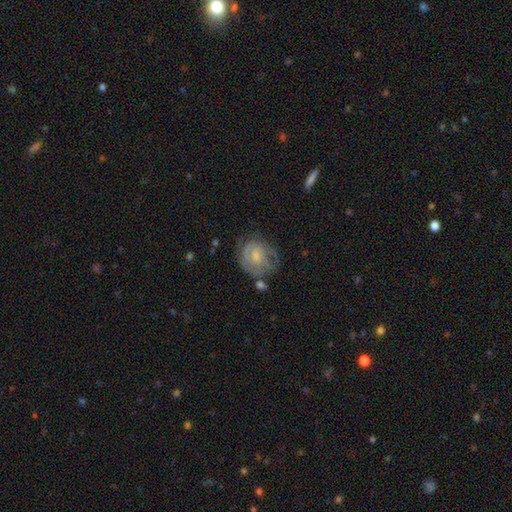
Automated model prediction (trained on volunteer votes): Smooth or featured: featured or disk — 66% (smooth — 26%)
Edge-on disk: no — 98% (yes — 2%)
Bar: no — 53% (weak — 40%)
Spiral arms: yes — 79% (no — 21%)
Spiral winding: tight — 56% (medium — 33%)
Spiral arm count: can't tell — 44% (2 — 29%)
Bulge size: small — 50% (moderate — 34%)
Merging: none — 54% (minor disturbance — 24%)